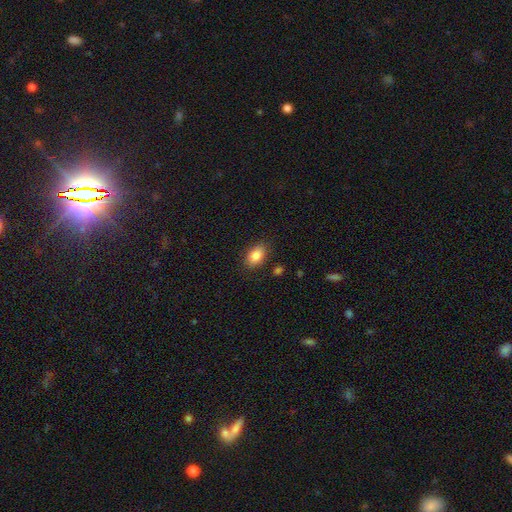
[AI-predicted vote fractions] Smooth or featured: smooth — 87% (star or artifact — 8%)
How rounded: in between — 90% (round — 8%)
Merging: none — 84% (minor disturbance — 11%)